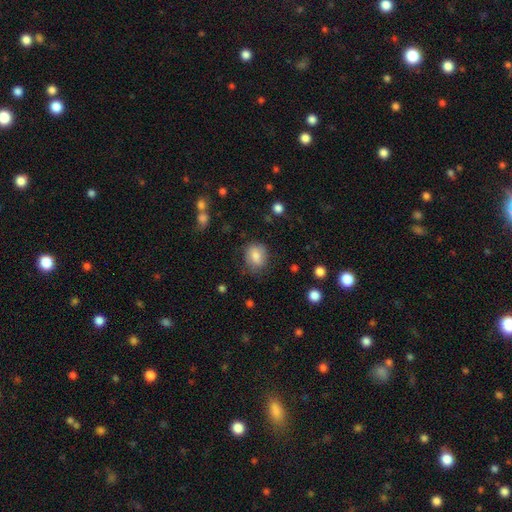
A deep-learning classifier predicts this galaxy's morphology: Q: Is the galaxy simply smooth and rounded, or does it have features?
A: smooth — 80%.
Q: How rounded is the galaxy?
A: round — 53%.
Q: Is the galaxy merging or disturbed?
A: none — 73%.